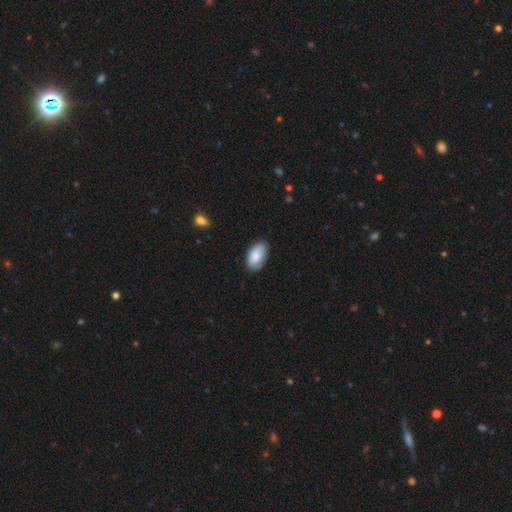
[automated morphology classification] Smooth or featured: smooth — 87% (featured or disk — 7%)
How rounded: in between — 95% (round — 3%)
Merging: none — 81% (minor disturbance — 16%)